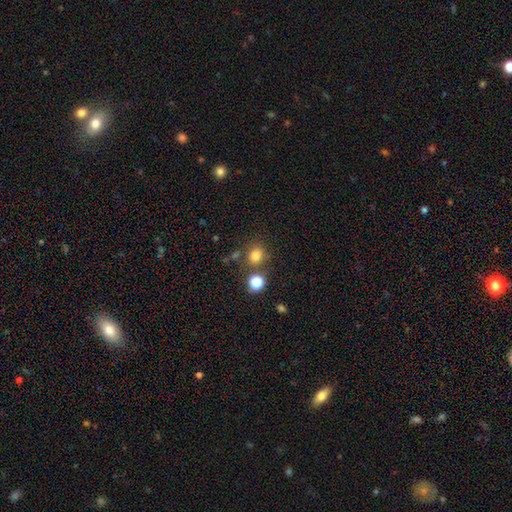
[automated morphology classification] This is likely a smooth galaxy (78%). How rounded: likely round (80%). Merging: likely none (74%).